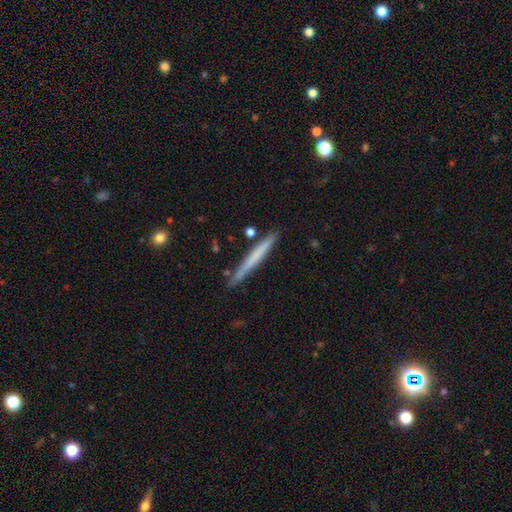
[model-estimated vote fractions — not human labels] Overall: smooth (57%; featured or disk 38%). How rounded: cigar-shaped (97%). Merging: none (85%).